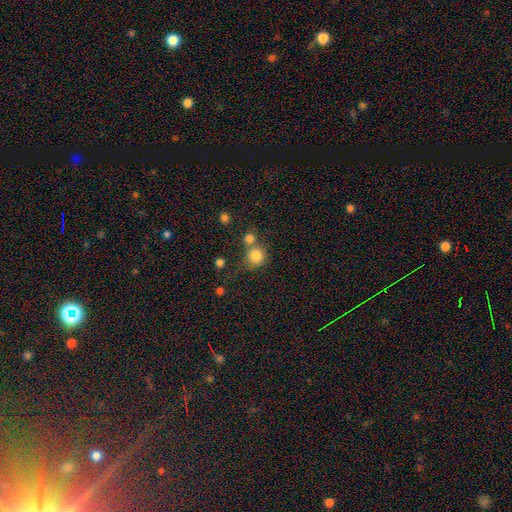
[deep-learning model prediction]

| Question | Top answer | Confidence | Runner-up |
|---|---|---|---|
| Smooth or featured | smooth | 82% | star or artifact (11%) |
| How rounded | round | 87% | in between (12%) |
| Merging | none | 51% | merger (33%) |